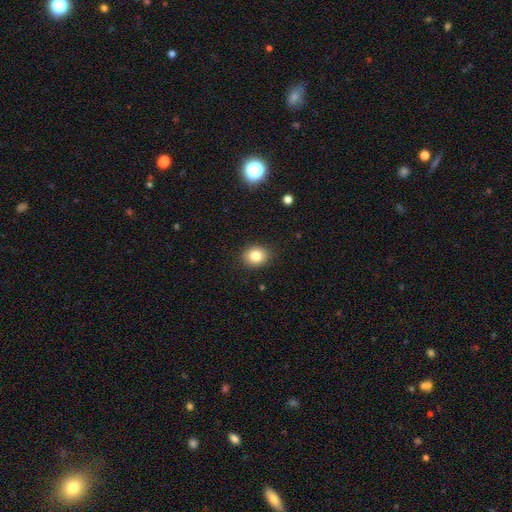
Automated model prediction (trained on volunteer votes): Morphology: type=smooth (82%); roundness=round (62%); merging=none (89%).